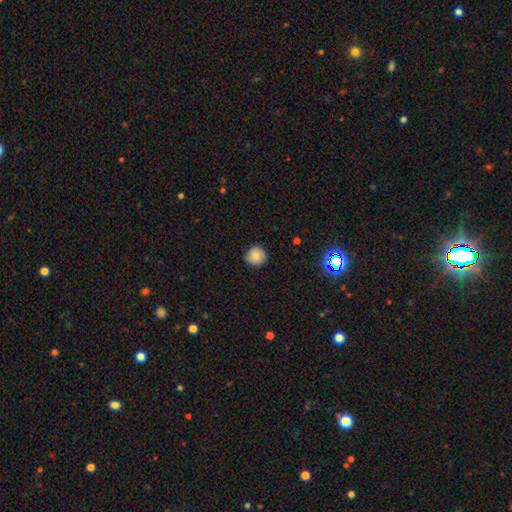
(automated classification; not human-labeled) Q: Smooth or featured?
A: smooth (84%); runner-up: star or artifact (10%)
Q: How rounded?
A: round (92%); runner-up: in between (7%)
Q: Merging?
A: none (85%); runner-up: minor disturbance (12%)